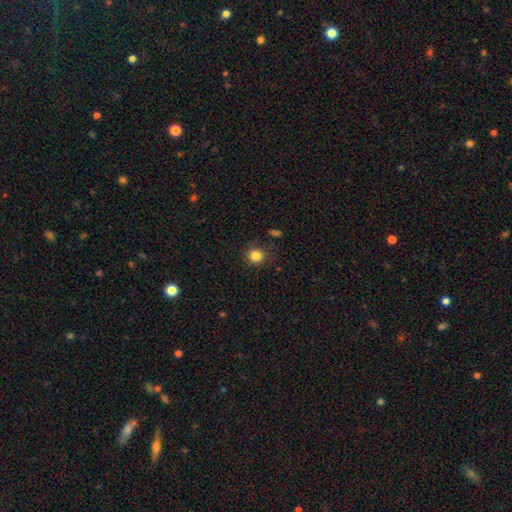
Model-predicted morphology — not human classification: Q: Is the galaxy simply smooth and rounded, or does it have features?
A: smooth — 84%.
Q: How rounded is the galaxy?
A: round — 86%.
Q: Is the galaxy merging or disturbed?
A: none — 86%.